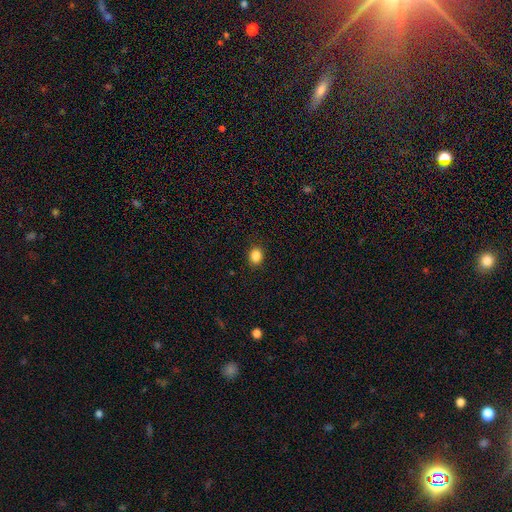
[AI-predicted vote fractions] Smooth or featured?
  - smooth: 86% *
  - star or artifact: 10%
  - featured or disk: 3%
How rounded?
  - round: 59% *
  - in between: 40%
  - cigar-shaped: 1%
Merging?
  - none: 89% *
  - minor disturbance: 7%
  - major disturbance: 2%
  - merger: 1%